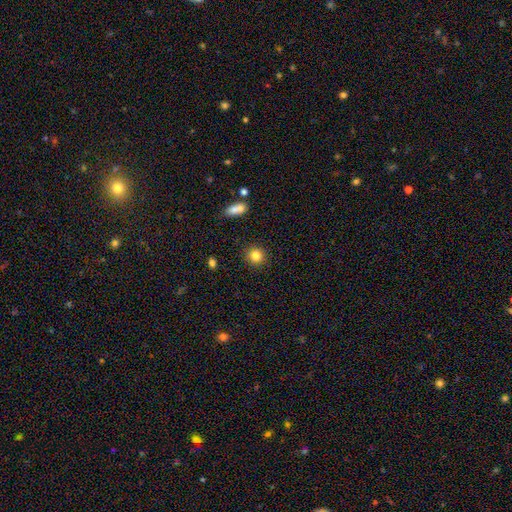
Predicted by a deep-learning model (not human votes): A smooth galaxy with no disk features (83%) that is round (92%). Merging: none (90%).